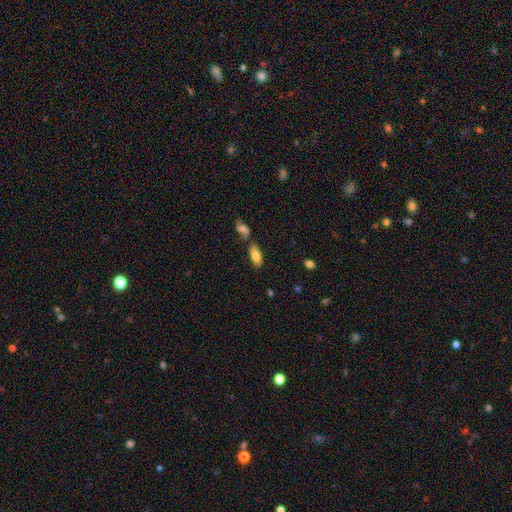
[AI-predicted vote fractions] smooth_or_featured: smooth (p=0.76) [alt: featured or disk p=0.17]
how_rounded: in between (p=0.87) [alt: cigar-shaped p=0.11]
merging: none (p=0.67) [alt: merger p=0.15]